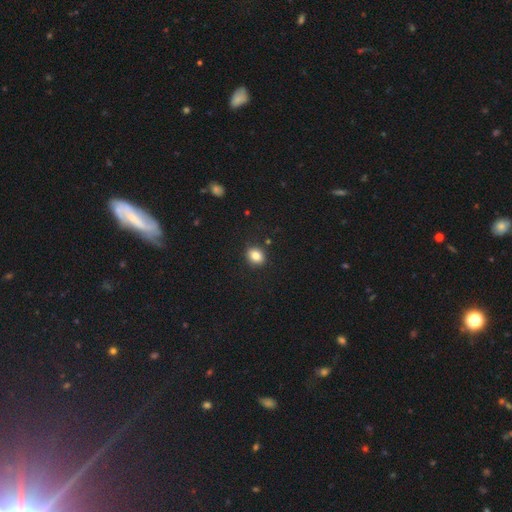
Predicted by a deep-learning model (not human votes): Morphology: type=smooth (84%); roundness=round (51%); merging=none (88%).